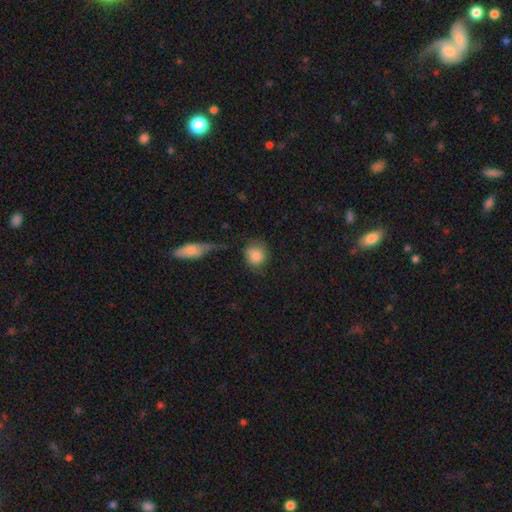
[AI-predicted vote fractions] smooth_or_featured: smooth (p=0.82) [alt: featured or disk p=0.10]
how_rounded: round (p=0.81) [alt: in between p=0.18]
merging: none (p=0.59) [alt: minor disturbance p=0.21]